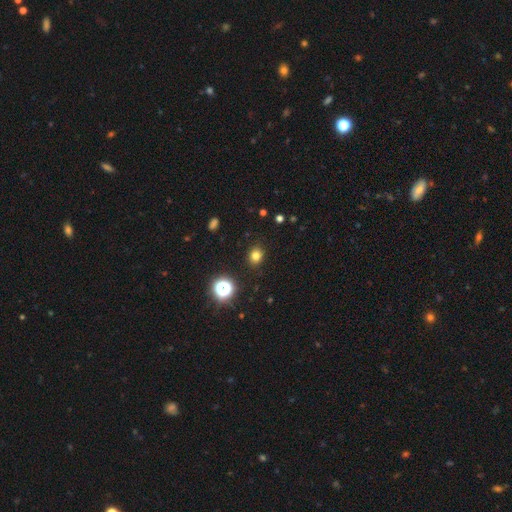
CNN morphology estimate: This appears to be a smooth galaxy with no disk features (78%) that is round (70%). Merging: none (89%).